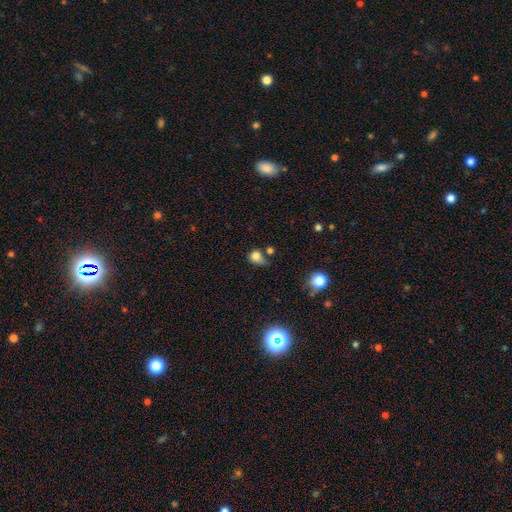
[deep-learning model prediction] Smooth or featured?
  - smooth: 78% *
  - star or artifact: 13%
  - featured or disk: 9%
How rounded?
  - round: 63% *
  - in between: 36%
  - cigar-shaped: 1%
Merging?
  - none: 38% *
  - minor disturbance: 32%
  - major disturbance: 16%
  - merger: 15%